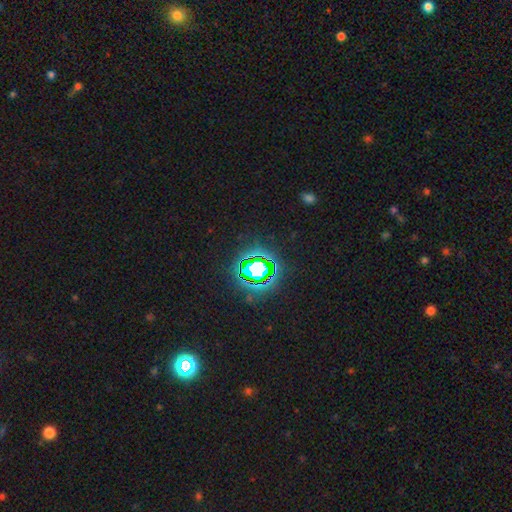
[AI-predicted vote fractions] This is likely a star or artifact rather than a galaxy (78%).